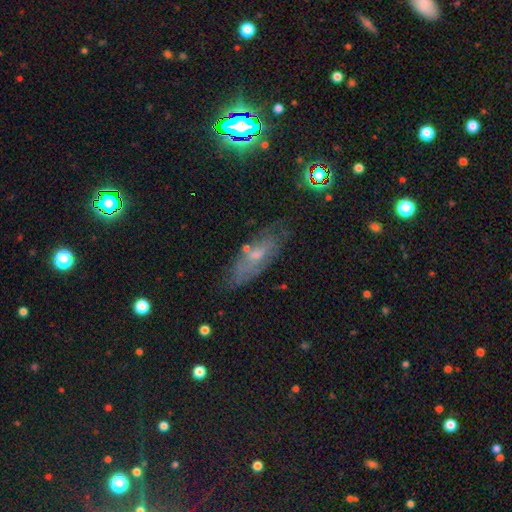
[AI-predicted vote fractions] A featured or disk galaxy (45%). Merging: none (68%).